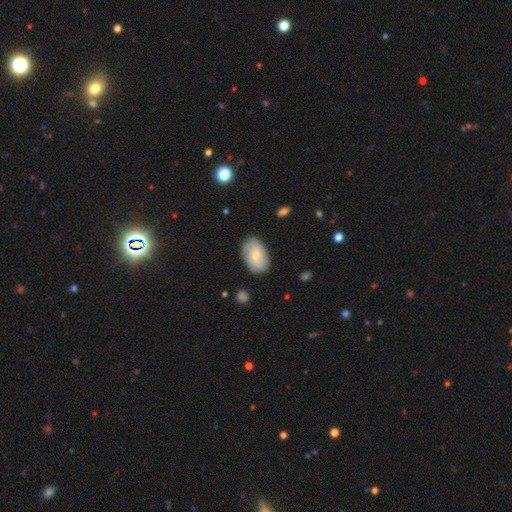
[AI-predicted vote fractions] The model was most divided on "smooth or featured": smooth: 63%, featured or disk: 31%, star or artifact: 7%. More confident: how rounded — in between (91%); merging — none (80%).